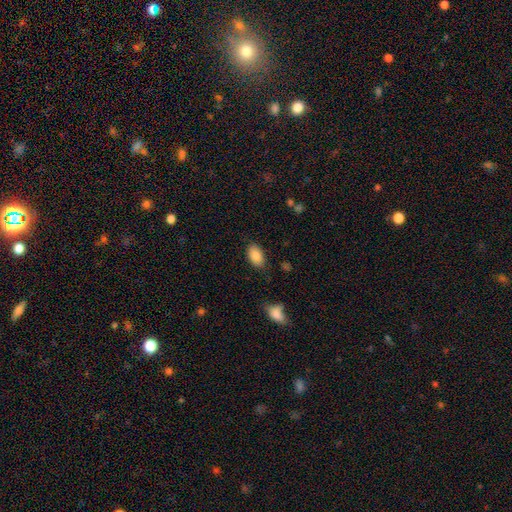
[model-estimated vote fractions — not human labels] Smooth or featured? smooth (87%)
How rounded? in between (92%)
Merging? none (83%)